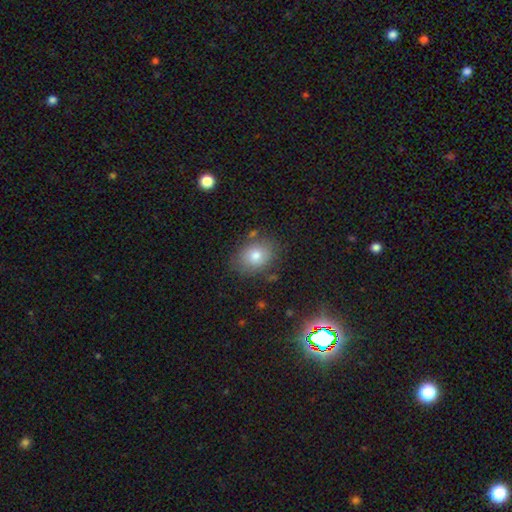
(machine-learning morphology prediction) smooth-or-featured: smooth: 79% | featured or disk: 12% | star or artifact: 10%
  how-rounded: in between: 59% | round: 40% | cigar-shaped: 1%
  merging: none: 78% | minor disturbance: 14% | major disturbance: 4% | merger: 3%